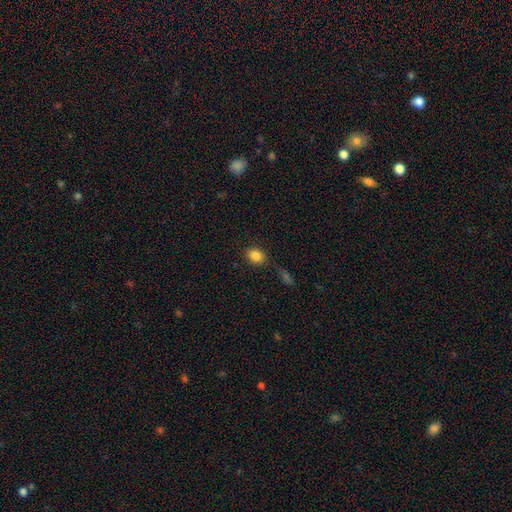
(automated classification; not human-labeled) Overall: smooth (85%). How rounded: in between (52%; round 47%). Merging: none (78%).